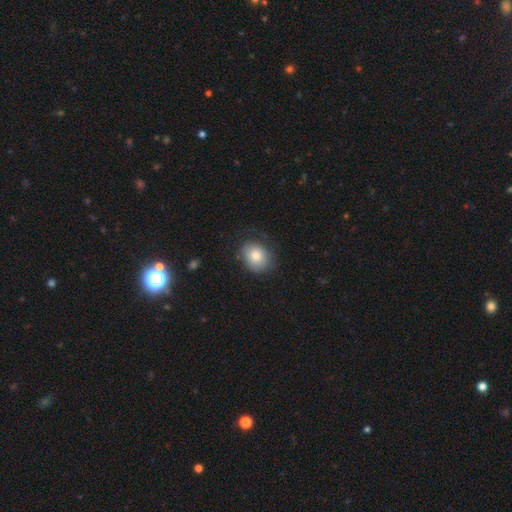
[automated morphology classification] type=smooth (78%); roundness=round (51%); merging=none (68%).